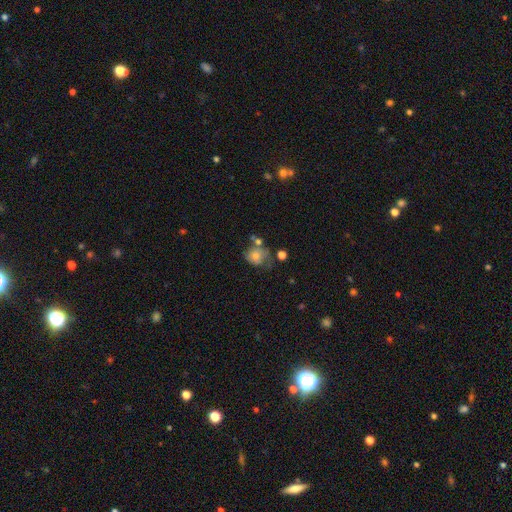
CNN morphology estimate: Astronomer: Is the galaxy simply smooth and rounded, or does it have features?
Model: smooth — 56% (runner-up: featured or disk, 33%).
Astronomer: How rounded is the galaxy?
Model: round — 62%.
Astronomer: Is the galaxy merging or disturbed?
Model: none — 36% (runner-up: minor disturbance, 27%).